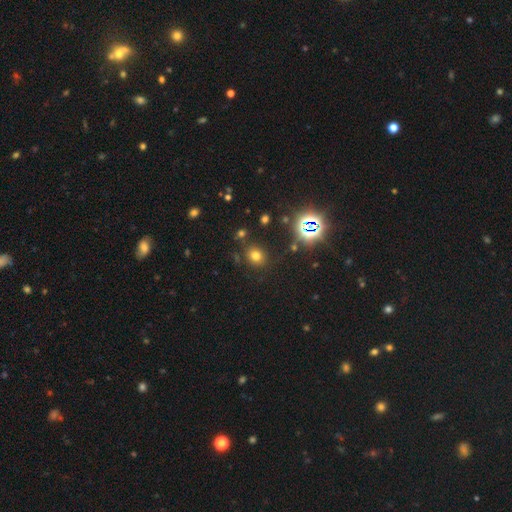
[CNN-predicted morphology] smooth-or-featured: smooth: 68% | star or artifact: 24% | featured or disk: 8%
  how-rounded: round: 72% | in between: 27% | cigar-shaped: 1%
  merging: none: 83% | minor disturbance: 9% | merger: 4% | major disturbance: 4%